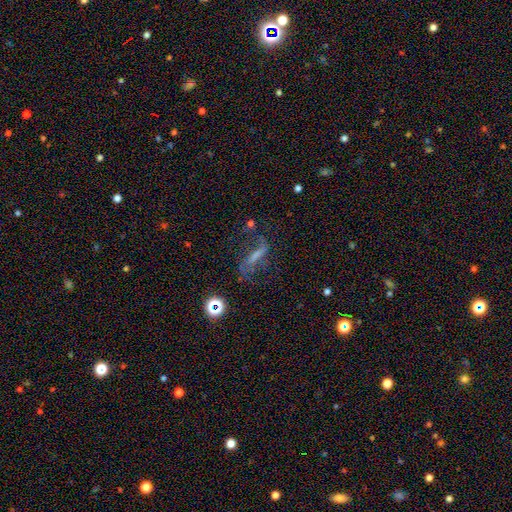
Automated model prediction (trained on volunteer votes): Smooth or featured? Predicted: featured or disk (p=0.51). Edge-on disk? Predicted: no (p=0.76). Merging? Predicted: none (p=0.49).